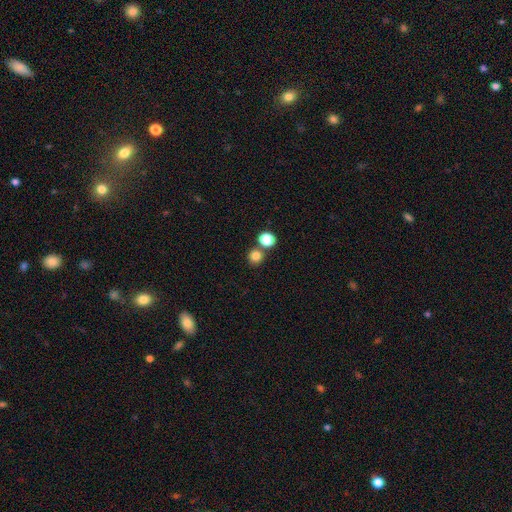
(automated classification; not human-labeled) smooth 81%, star or artifact 14%, featured or disk 6%. Down the decision tree: how rounded — round (90%); merging — none (71%).